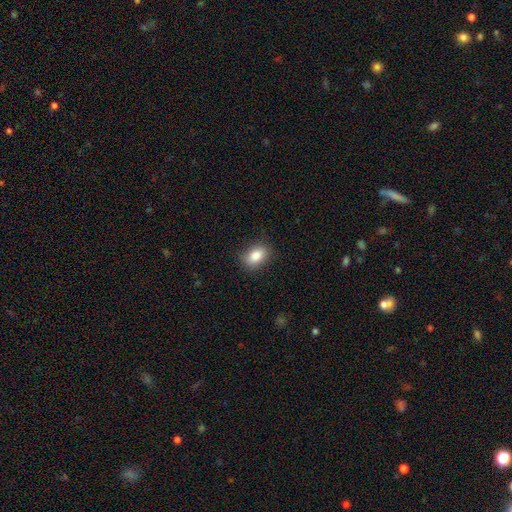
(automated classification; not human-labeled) smooth-or-featured: smooth: 85% | star or artifact: 9% | featured or disk: 6%
  how-rounded: in between: 77% | round: 21% | cigar-shaped: 1%
  merging: none: 83% | minor disturbance: 13% | major disturbance: 3% | merger: 1%